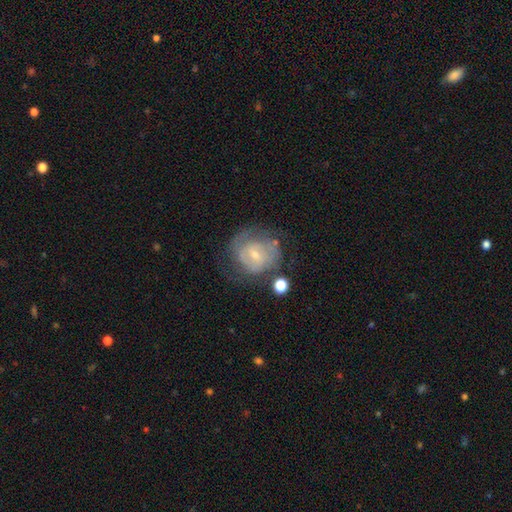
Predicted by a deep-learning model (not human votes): smooth_or_featured: featured or disk (p=0.67) [alt: smooth p=0.25]
disk_edge_on: no (p=0.97) [alt: yes p=0.03]
bar: weak (p=0.49) [alt: no p=0.41]
has_spiral_arms: yes (p=0.76) [alt: no p=0.24]
bulge_size: small (p=0.64) [alt: moderate p=0.28]
merging: none (p=0.55) [alt: minor disturbance p=0.23]